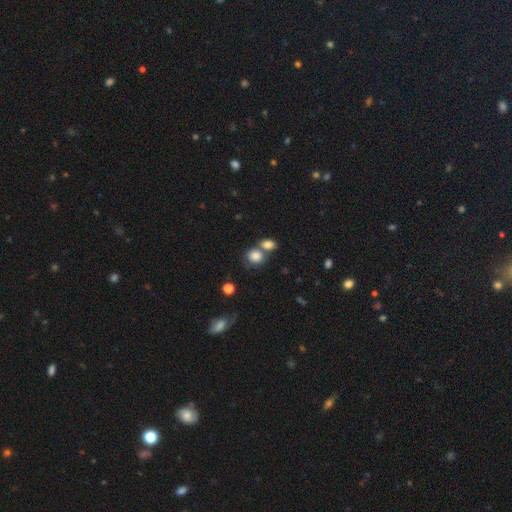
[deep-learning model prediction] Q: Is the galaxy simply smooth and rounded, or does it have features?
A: smooth — 83%.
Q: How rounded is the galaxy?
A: round — 59%.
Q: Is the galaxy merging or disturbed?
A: merger — 46%.